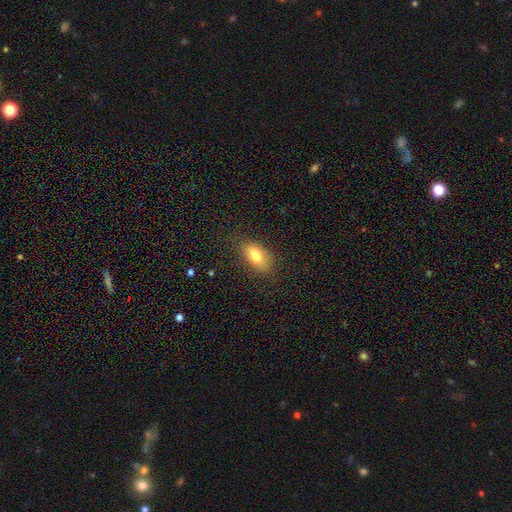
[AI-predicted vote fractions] This appears to be a smooth galaxy with no disk features (78%) that is in between round and cigar-shaped (88%). Merging: none (80%).